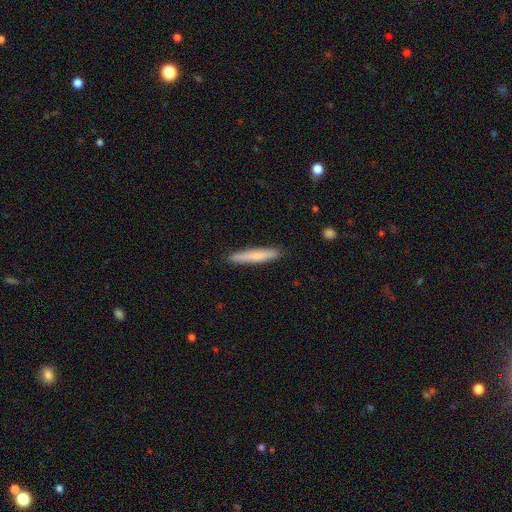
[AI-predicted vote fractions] smooth 72%, featured or disk 22%, star or artifact 5%. Down the decision tree: how rounded — cigar-shaped (94%); merging — none (91%).